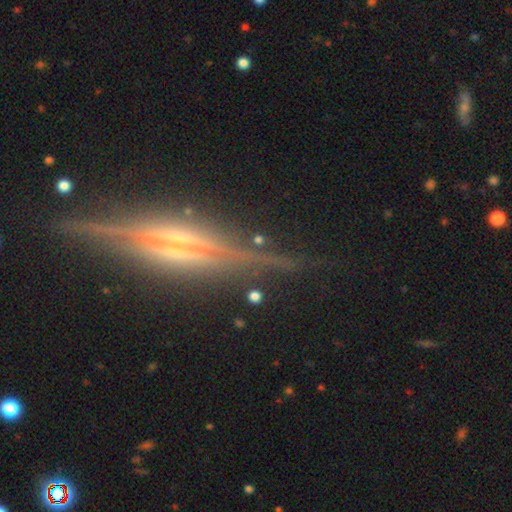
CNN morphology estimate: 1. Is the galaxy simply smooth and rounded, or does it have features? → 85% featured or disk, 8% star or artifact, 6% smooth.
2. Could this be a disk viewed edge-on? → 96% yes, 4% no.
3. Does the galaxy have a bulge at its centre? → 62% rounded, 26% boxy, 12% none.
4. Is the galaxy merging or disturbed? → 85% none, 10% minor disturbance, 3% major disturbance, 2% merger.